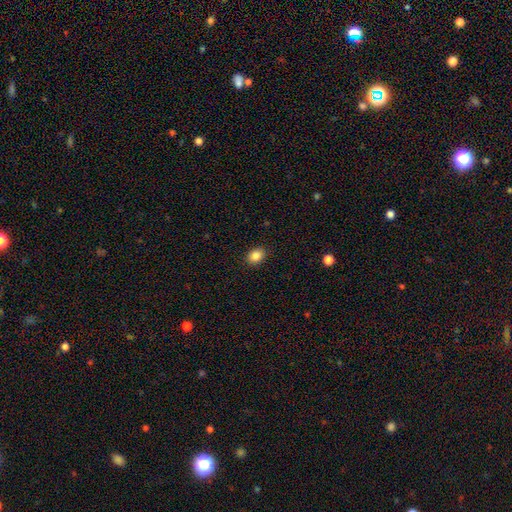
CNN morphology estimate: Q: Smooth or featured?
A: smooth (87%); runner-up: star or artifact (9%)
Q: How rounded?
A: in between (64%); runner-up: round (35%)
Q: Merging?
A: none (90%); runner-up: minor disturbance (7%)